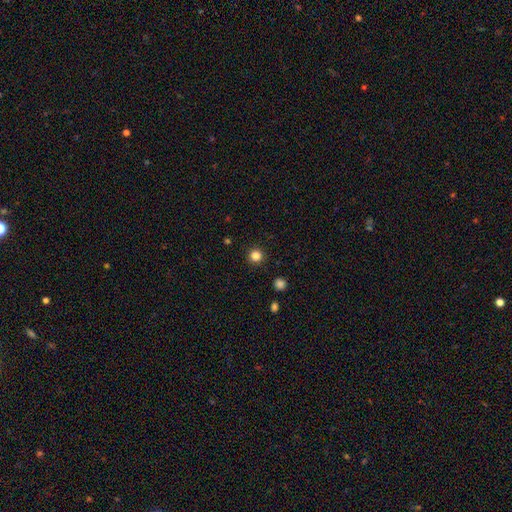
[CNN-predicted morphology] smooth_or_featured: smooth (p=0.84) [alt: star or artifact p=0.13]
how_rounded: round (p=0.95) [alt: in between p=0.04]
merging: none (p=0.92) [alt: minor disturbance p=0.05]